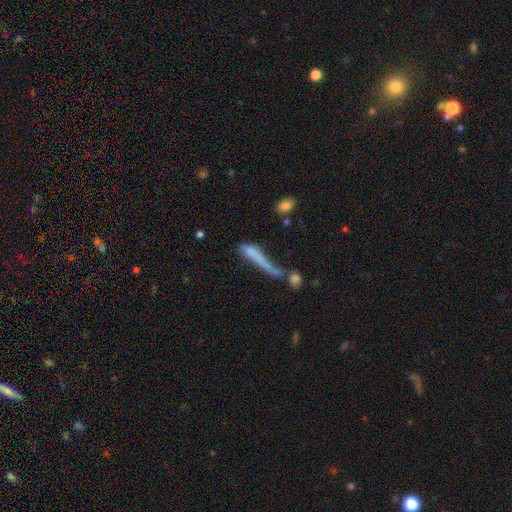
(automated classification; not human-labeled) Overall: smooth (58%; featured or disk 31%). How rounded: cigar-shaped (86%). Merging: merger (32%; none 26%).